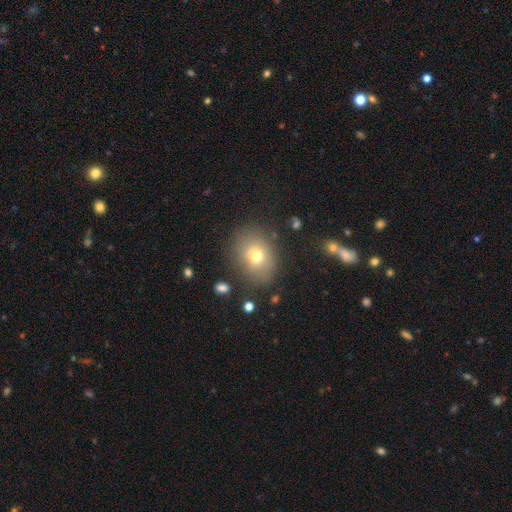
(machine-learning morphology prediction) This appears to be a smooth galaxy with no disk features (70%) that is round (52%). Merging: none (78%).